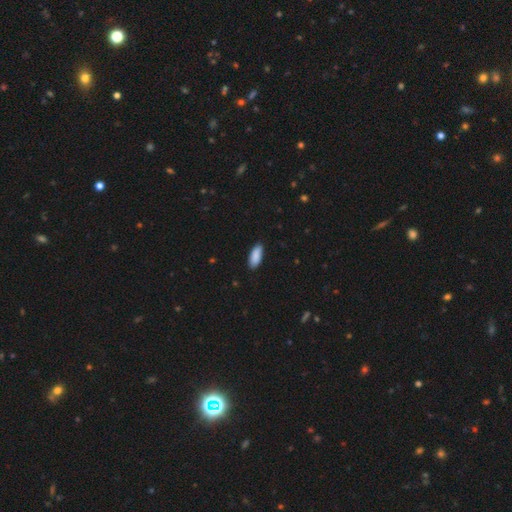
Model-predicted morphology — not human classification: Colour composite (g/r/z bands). It shows a smooth galaxy with no disk features (90%) that is in between round and cigar-shaped (83%). Merging: none (86%).